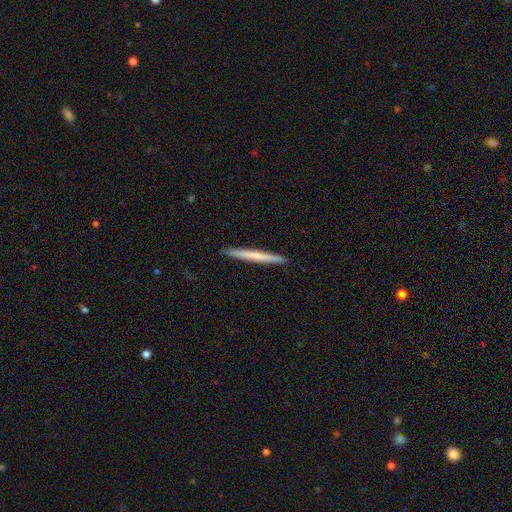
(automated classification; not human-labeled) Smooth or featured? Predicted: smooth (p=0.60). How rounded? Predicted: cigar-shaped (p=0.97). Merging? Predicted: none (p=0.93).